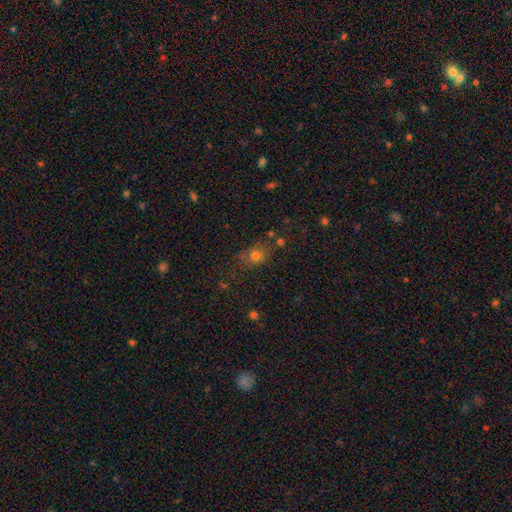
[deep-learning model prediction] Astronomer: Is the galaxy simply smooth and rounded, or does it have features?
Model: smooth — 74%.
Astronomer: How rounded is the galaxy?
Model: round — 60% (runner-up: in between, 39%).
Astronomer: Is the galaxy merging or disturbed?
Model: none — 71%.